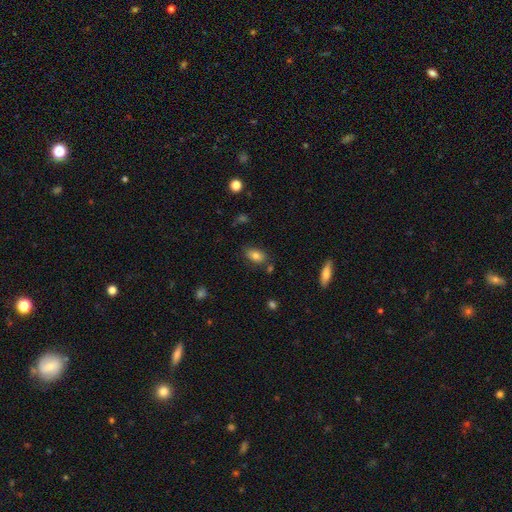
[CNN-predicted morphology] smooth-or-featured: smooth: 79% | featured or disk: 11% | star or artifact: 9%
  how-rounded: in between: 87% | round: 11% | cigar-shaped: 2%
  merging: none: 76% | minor disturbance: 14% | merger: 6% | major disturbance: 3%